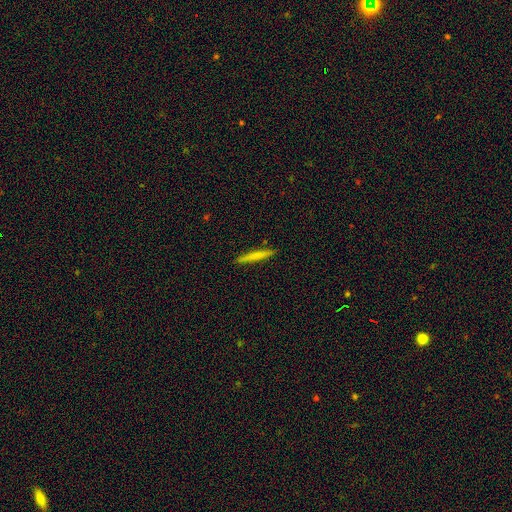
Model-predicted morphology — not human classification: Smooth or featured? Predicted: smooth (p=0.68). How rounded? Predicted: cigar-shaped (p=0.96). Merging? Predicted: none (p=0.91).